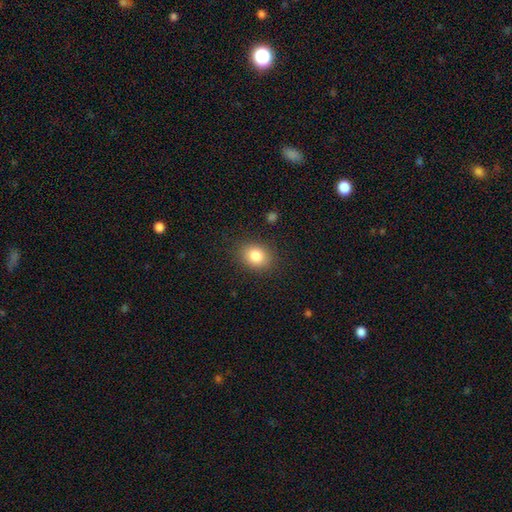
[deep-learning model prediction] This is clearly a smooth galaxy (83%). How rounded: possibly in between (55%). Merging: clearly none (86%).